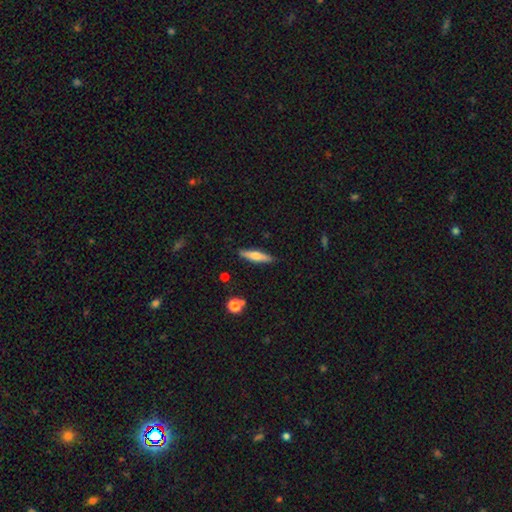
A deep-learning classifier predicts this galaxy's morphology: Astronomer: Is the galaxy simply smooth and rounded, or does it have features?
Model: smooth — 56% (runner-up: featured or disk, 38%).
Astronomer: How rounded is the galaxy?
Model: cigar-shaped — 77%.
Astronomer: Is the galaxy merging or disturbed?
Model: none — 88%.